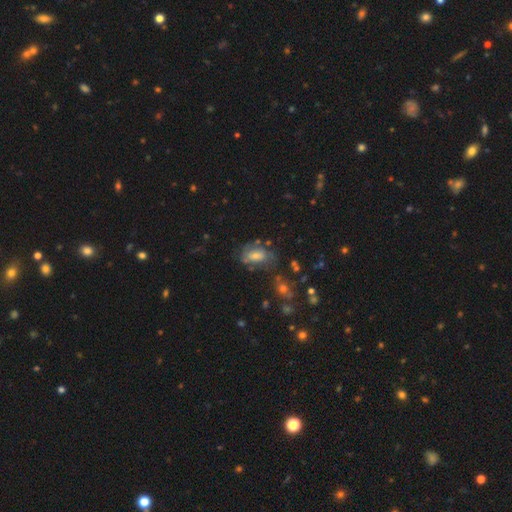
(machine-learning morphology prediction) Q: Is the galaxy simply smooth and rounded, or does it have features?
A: smooth — 44%.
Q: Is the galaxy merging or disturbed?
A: none — 57%.